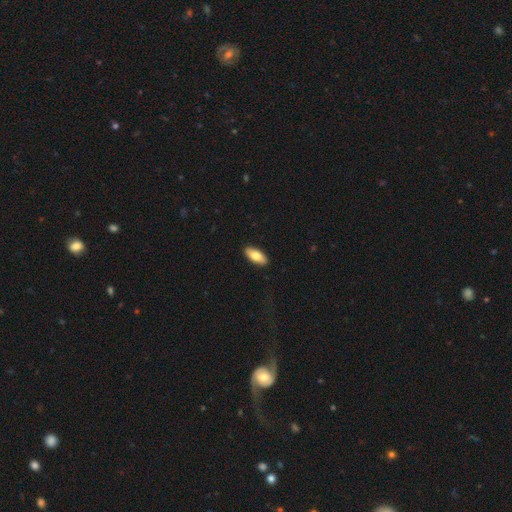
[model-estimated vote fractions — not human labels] A smooth galaxy with no disk features (77%) that is in between round and cigar-shaped (86%). Merging: none (90%).